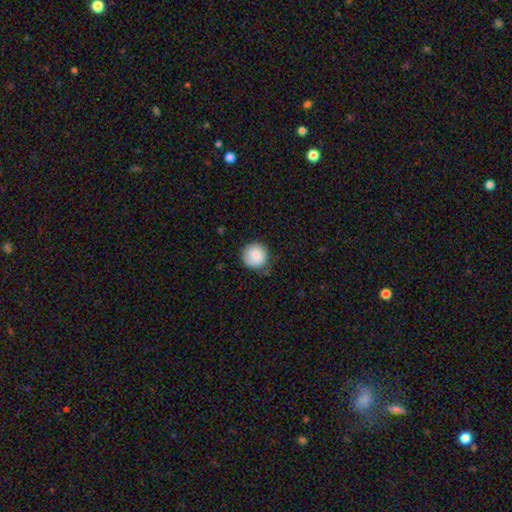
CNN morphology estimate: smooth-or-featured: smooth: 78% | featured or disk: 15% | star or artifact: 7%
  how-rounded: round: 92% | in between: 7% | cigar-shaped: 1%
  merging: none: 75% | minor disturbance: 19% | major disturbance: 4% | merger: 1%